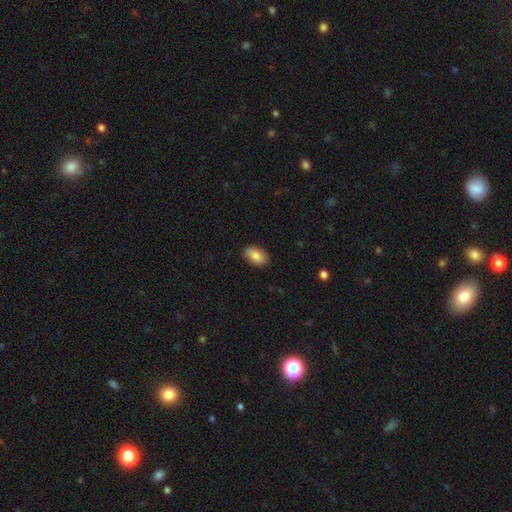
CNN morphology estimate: This is clearly a smooth galaxy (85%). How rounded: clearly in between (92%). Merging: clearly none (88%).